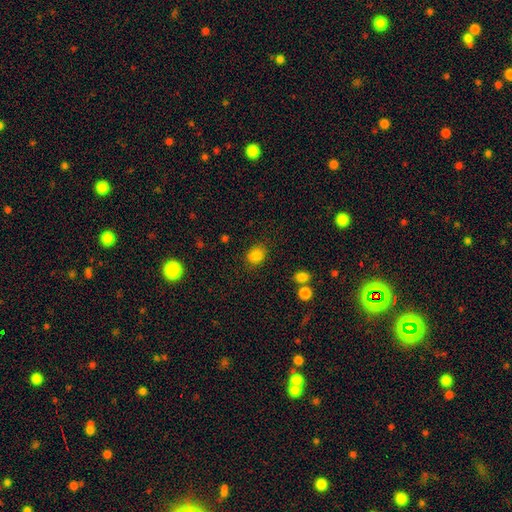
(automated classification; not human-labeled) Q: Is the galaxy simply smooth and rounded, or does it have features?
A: smooth — 83%.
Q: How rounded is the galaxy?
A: in between — 59%.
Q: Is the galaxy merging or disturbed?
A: none — 76%.